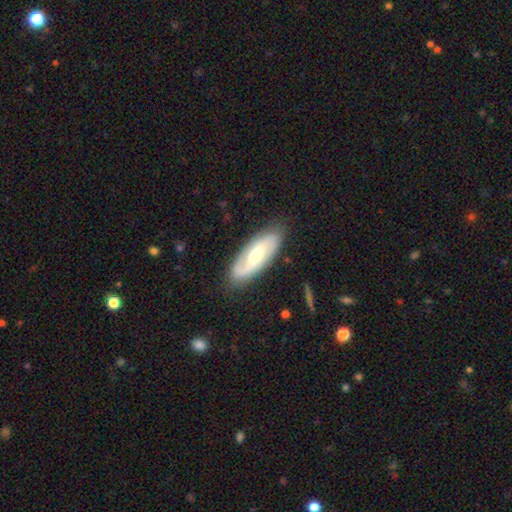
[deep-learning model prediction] A featured or disk galaxy (71%) with a weak bar (47%), 2 (79%) medium (42%) spiral arms (90%) and a moderate central bulge (58%).

Vote fractions:
- Smooth or featured? featured or disk: 71% / smooth: 24% / star or artifact: 5%
- Edge-on disk? no: 90% / yes: 10%
- Bar? weak: 47% / no: 29% / strong: 24%
- Spiral arms? yes: 90% / no: 10%
- Spiral winding? medium: 42% / loose: 36% / tight: 22%
- Spiral arm count? 2: 79% / 1: 10% / can't tell: 8% / 3: 1% / 4: 1% / more than 4: 1%
- Bulge size? moderate: 58% / small: 29% / large: 10% / none: 3% / dominant: 1%
- Merging? none: 82% / minor disturbance: 13% / major disturbance: 3% / merger: 1%